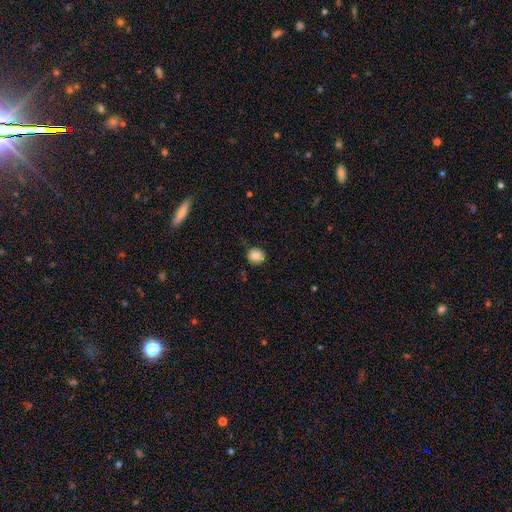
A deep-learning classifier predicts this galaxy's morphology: A smooth galaxy with no disk features (86%) that is round (80%).

Vote fractions:
- Smooth or featured? smooth: 86% / star or artifact: 9% / featured or disk: 4%
- How rounded? round: 80% / in between: 19% / cigar-shaped: 1%
- Merging? none: 83% / minor disturbance: 13% / major disturbance: 3% / merger: 1%